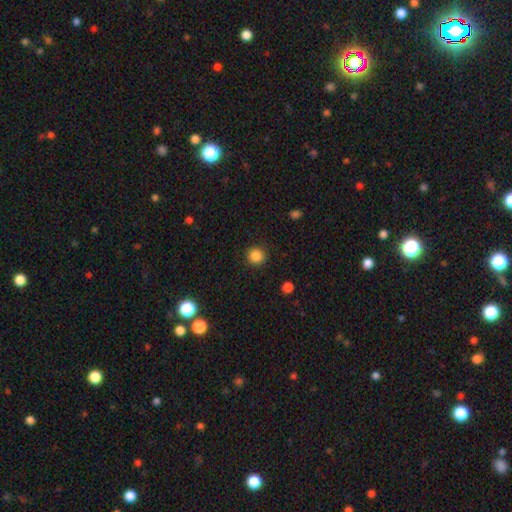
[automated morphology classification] A smooth galaxy with no disk features (86%) that is round (93%).

Vote fractions:
- Smooth or featured? smooth: 86% / star or artifact: 11% / featured or disk: 3%
- How rounded? round: 93% / in between: 6% / cigar-shaped: 1%
- Merging? none: 91% / minor disturbance: 6% / major disturbance: 2% / merger: 1%